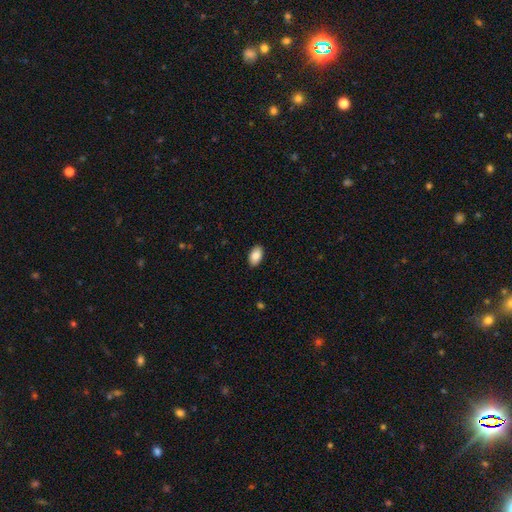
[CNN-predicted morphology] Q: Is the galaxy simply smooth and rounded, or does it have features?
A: smooth — 85%.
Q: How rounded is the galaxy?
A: in between — 93%.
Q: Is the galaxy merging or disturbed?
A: none — 90%.